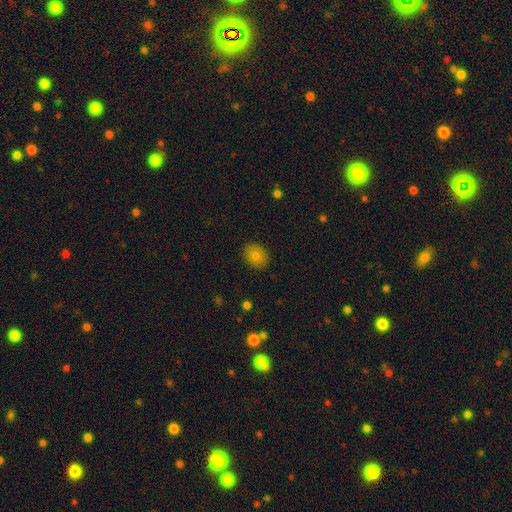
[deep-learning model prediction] A smooth galaxy with no disk features (80%) that is round (52%). Merging: none (88%).